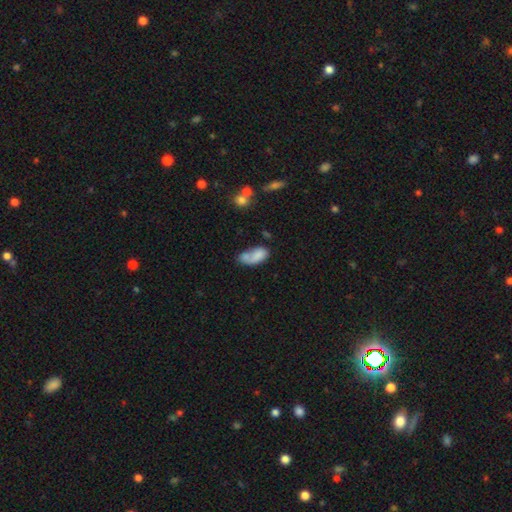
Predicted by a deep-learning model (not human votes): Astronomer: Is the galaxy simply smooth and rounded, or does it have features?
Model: smooth — 72%.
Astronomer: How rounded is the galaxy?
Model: in between — 91%.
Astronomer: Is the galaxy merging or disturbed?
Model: none — 33% (runner-up: merger, 28%).